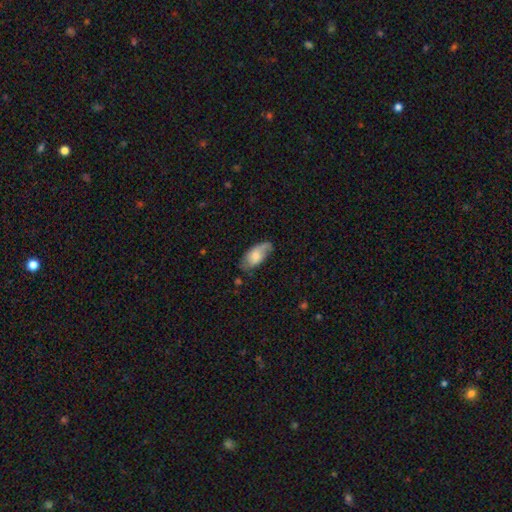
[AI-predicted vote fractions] Smooth or featured?
  - smooth: 55% *
  - featured or disk: 38%
  - star or artifact: 7%
How rounded?
  - in between: 91% *
  - cigar-shaped: 6%
  - round: 3%
Merging?
  - none: 58% *
  - minor disturbance: 29%
  - major disturbance: 11%
  - merger: 2%